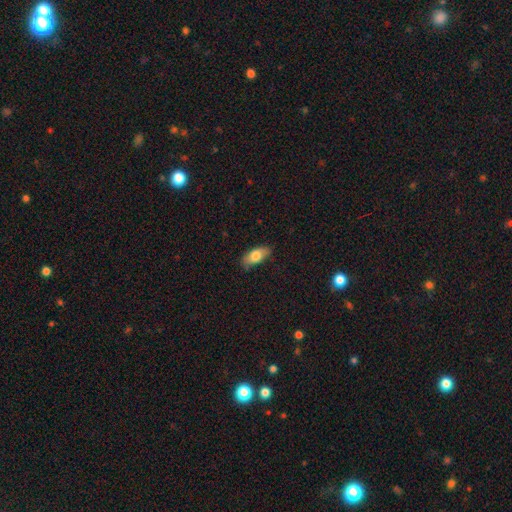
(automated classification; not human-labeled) smooth 76%, featured or disk 17%, star or artifact 7%. Down the decision tree: how rounded — in between (86%); merging — none (76%).